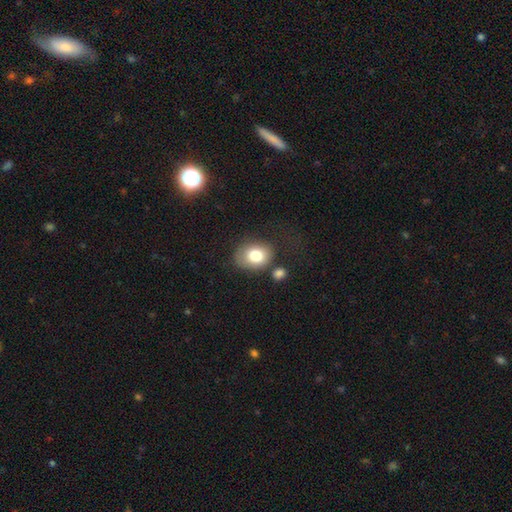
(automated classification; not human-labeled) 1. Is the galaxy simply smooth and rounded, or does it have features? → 79% smooth, 13% featured or disk, 8% star or artifact.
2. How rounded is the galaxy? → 54% in between, 45% round, 1% cigar-shaped.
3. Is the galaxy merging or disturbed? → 63% none, 20% minor disturbance, 9% merger, 8% major disturbance.